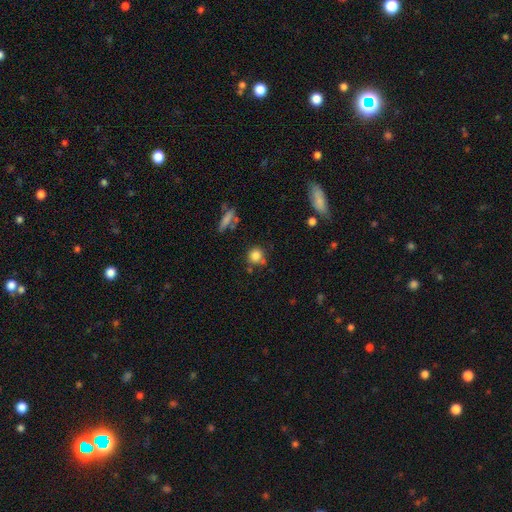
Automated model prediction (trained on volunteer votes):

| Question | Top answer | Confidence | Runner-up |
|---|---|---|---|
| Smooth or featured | smooth | 81% | star or artifact (12%) |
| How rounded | round | 85% | in between (13%) |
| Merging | none | 68% | minor disturbance (15%) |